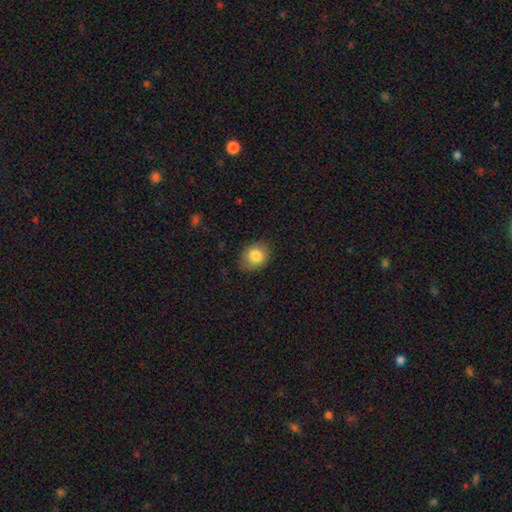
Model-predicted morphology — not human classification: This is clearly a smooth galaxy (83%). How rounded: possibly in between (51%). Merging: likely none (79%).